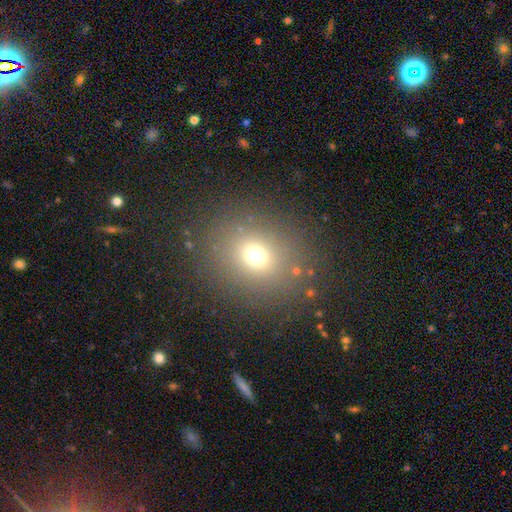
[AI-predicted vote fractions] Smooth or featured? Predicted: smooth (p=0.68). How rounded? Predicted: round (p=0.70). Merging? Predicted: none (p=0.84).